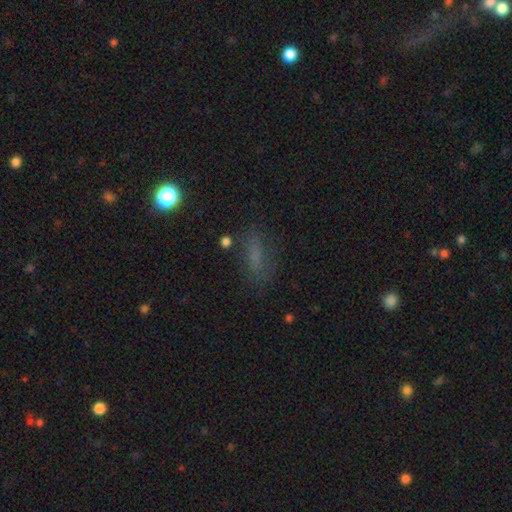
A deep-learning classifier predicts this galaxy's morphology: A smooth galaxy with no disk features (61%) that is in between round and cigar-shaped (59%).

Vote fractions:
- Smooth or featured? smooth: 61% / star or artifact: 22% / featured or disk: 17%
- How rounded? in between: 59% / cigar-shaped: 34% / round: 7%
- Merging? none: 72% / minor disturbance: 17% / major disturbance: 9% / merger: 3%